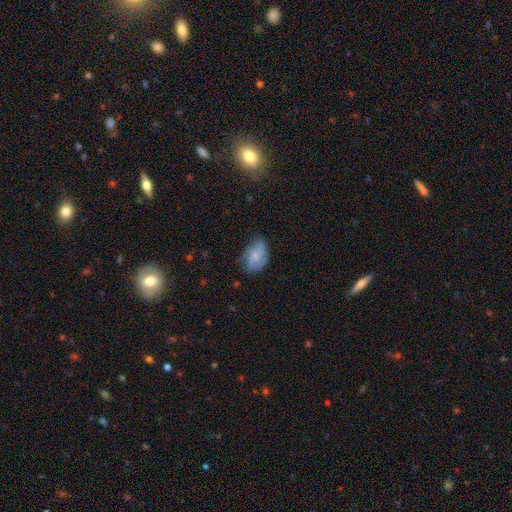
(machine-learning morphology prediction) Smooth or featured?
  - smooth: 59% *
  - featured or disk: 32%
  - star or artifact: 8%
How rounded?
  - in between: 87% *
  - round: 11%
  - cigar-shaped: 2%
Merging?
  - none: 58% *
  - minor disturbance: 29%
  - major disturbance: 11%
  - merger: 2%